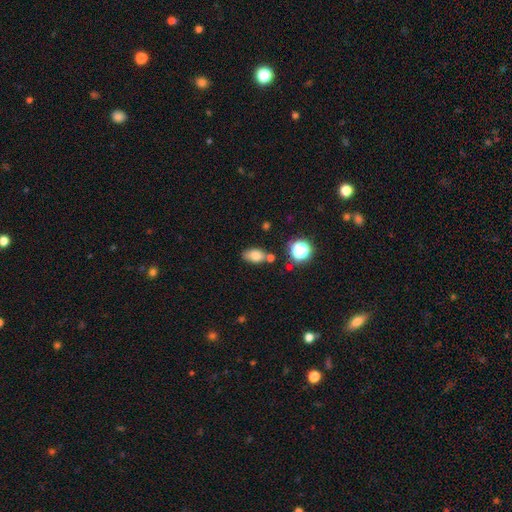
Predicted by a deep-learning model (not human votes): Smooth or featured? Predicted: smooth (p=0.77). How rounded? Predicted: in between (p=0.84). Merging? Predicted: none (p=0.67).